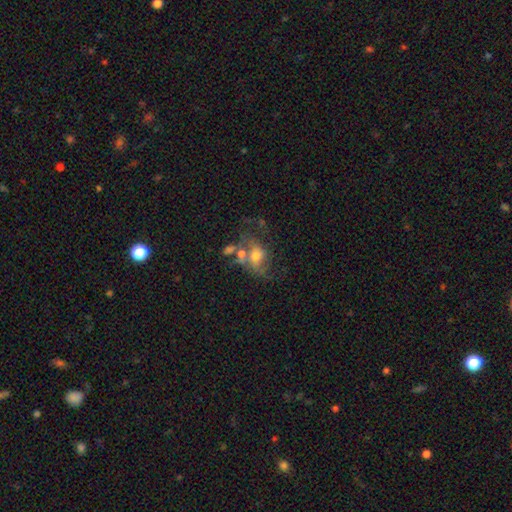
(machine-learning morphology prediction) type=featured or disk (47%); merging=none (29%).